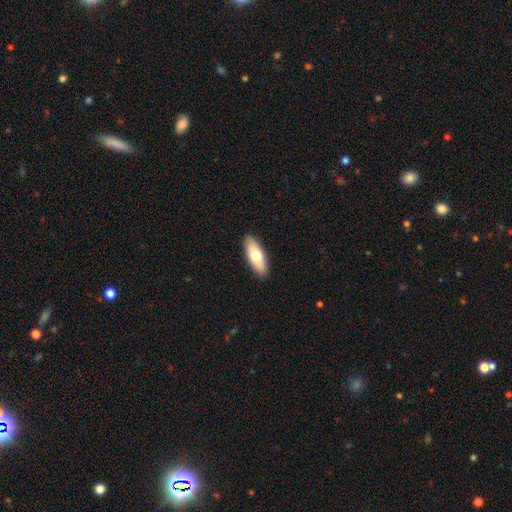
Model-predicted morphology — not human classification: Smooth or featured? smooth (68%)
How rounded? in between (70%)
Merging? none (90%)